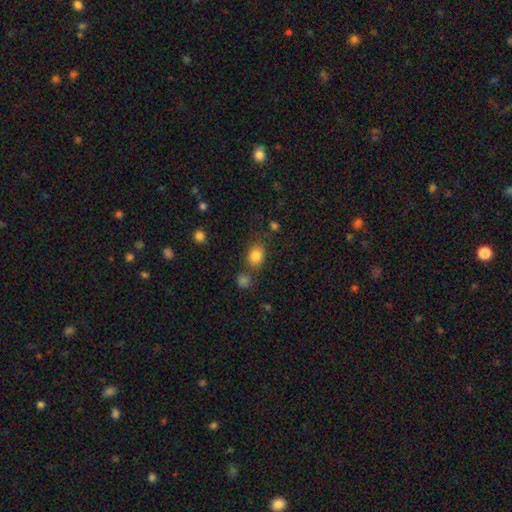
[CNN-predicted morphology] smooth_or_featured: smooth (p=0.83) [alt: star or artifact p=0.10]
how_rounded: in between (p=0.55) [alt: round p=0.44]
merging: none (p=0.68) [alt: minor disturbance p=0.15]